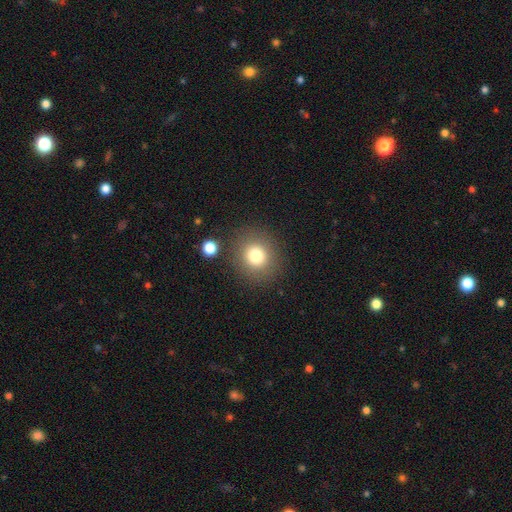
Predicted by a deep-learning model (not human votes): Smooth or featured: smooth — 77% (star or artifact — 12%)
How rounded: round — 87% (in between — 12%)
Merging: none — 85% (minor disturbance — 8%)